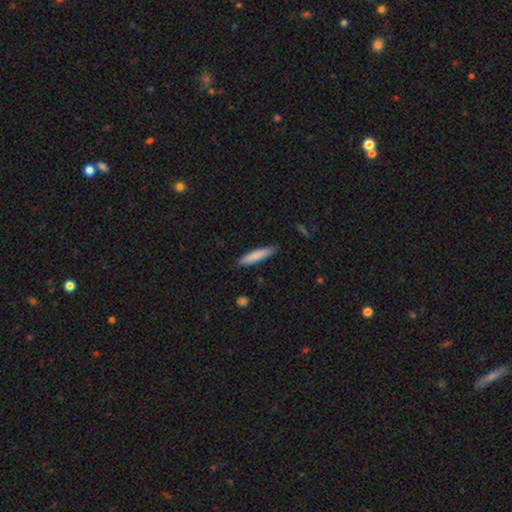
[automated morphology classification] A smooth galaxy with no disk features (82%) that is cigar-shaped (87%).

Vote fractions:
- Smooth or featured? smooth: 82% / featured or disk: 12% / star or artifact: 6%
- How rounded? cigar-shaped: 87% / in between: 11% / round: 1%
- Merging? none: 87% / minor disturbance: 10% / major disturbance: 2% / merger: 1%